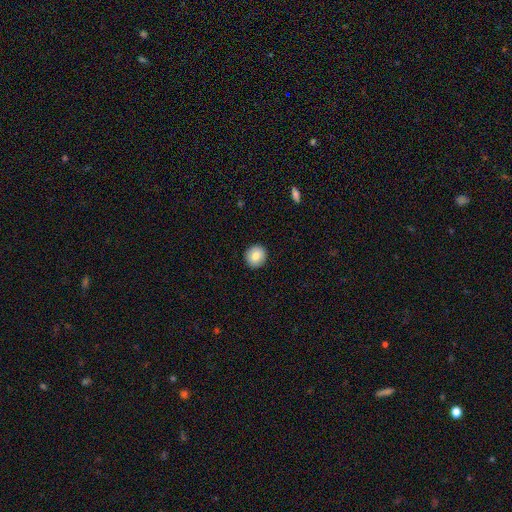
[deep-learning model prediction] Smooth or featured: smooth — 83% (featured or disk — 10%)
How rounded: round — 92% (in between — 7%)
Merging: none — 92% (minor disturbance — 5%)